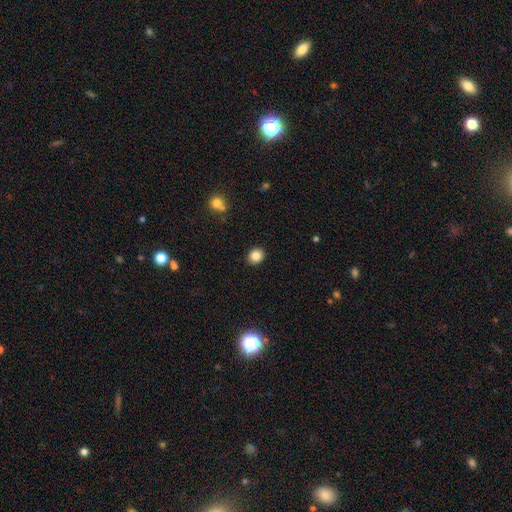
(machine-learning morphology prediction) Q: Smooth or featured?
A: smooth (85%); runner-up: star or artifact (10%)
Q: How rounded?
A: round (72%); runner-up: in between (27%)
Q: Merging?
A: none (90%); runner-up: minor disturbance (6%)